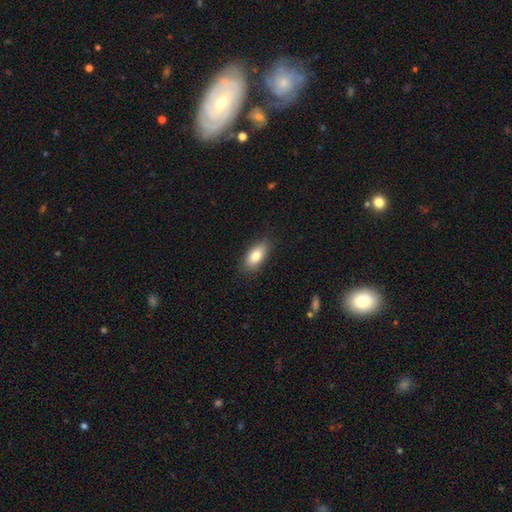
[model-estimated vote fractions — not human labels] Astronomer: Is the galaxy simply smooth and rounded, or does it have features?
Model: smooth — 82%.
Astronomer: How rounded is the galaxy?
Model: in between — 89%.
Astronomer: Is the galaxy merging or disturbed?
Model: none — 84%.